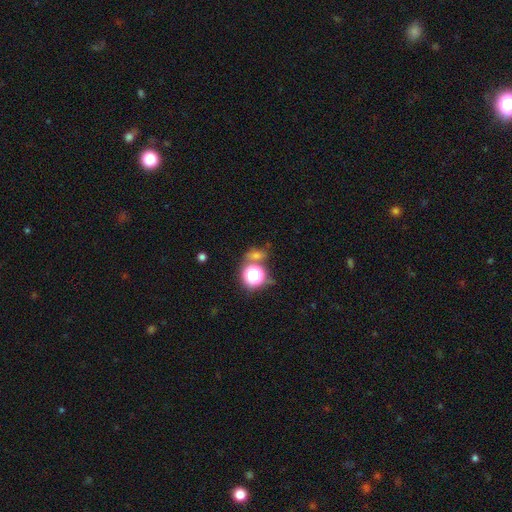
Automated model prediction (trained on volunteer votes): A smooth galaxy with no disk features (50%).

Vote fractions:
- Smooth or featured? smooth: 50% / star or artifact: 38% / featured or disk: 12%
- Merging? none: 62% / merger: 19% / minor disturbance: 13% / major disturbance: 7%